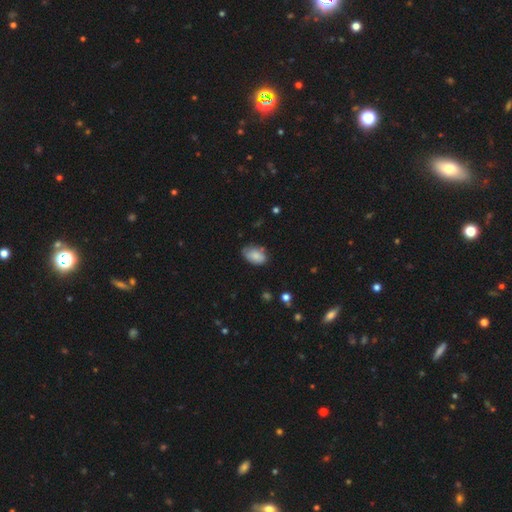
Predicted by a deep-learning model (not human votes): The model was most divided on "merging": none: 66%, minor disturbance: 27%, major disturbance: 5%, merger: 2%. More confident: how rounded — in between (90%); smooth or featured — smooth (80%).